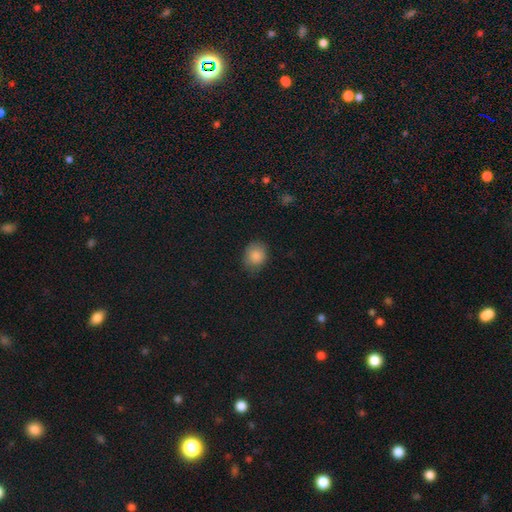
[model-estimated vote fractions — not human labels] A smooth galaxy with no disk features (87%) that is round (64%). Merging: none (74%).